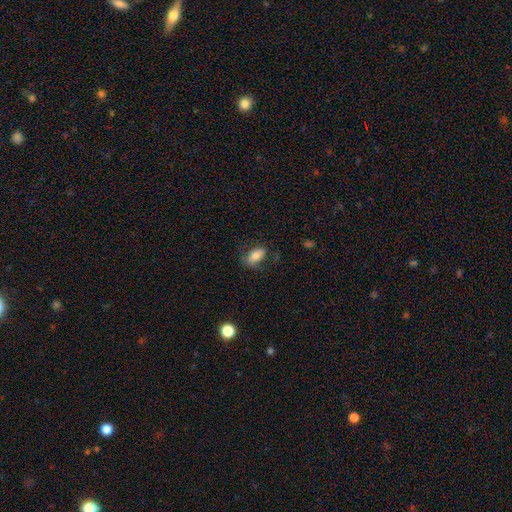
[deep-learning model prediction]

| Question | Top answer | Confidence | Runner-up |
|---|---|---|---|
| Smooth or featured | smooth | 73% | featured or disk (20%) |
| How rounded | in between | 90% | round (6%) |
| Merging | none | 70% | minor disturbance (20%) |